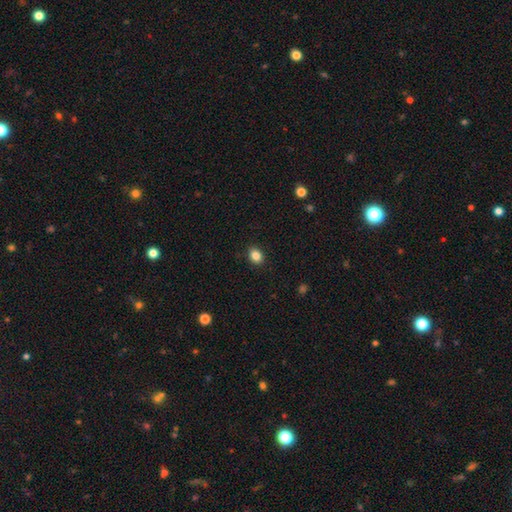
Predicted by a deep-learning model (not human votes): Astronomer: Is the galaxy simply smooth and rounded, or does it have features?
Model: smooth — 86%.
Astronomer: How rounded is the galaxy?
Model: in between — 57% (runner-up: round, 42%).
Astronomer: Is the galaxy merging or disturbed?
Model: none — 89%.